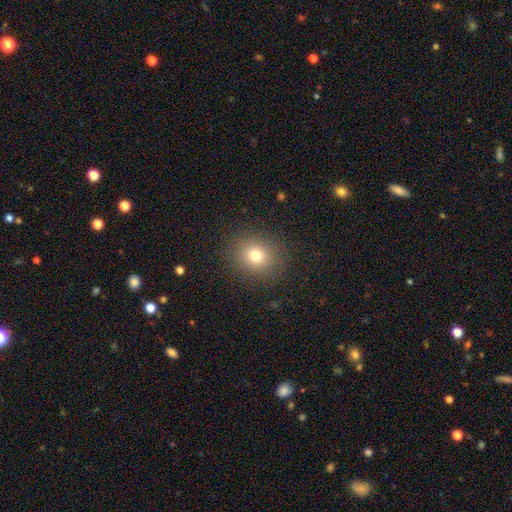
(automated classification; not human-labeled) Smooth or featured? Predicted: smooth (p=0.76). How rounded? Predicted: round (p=0.75). Merging? Predicted: none (p=0.88).